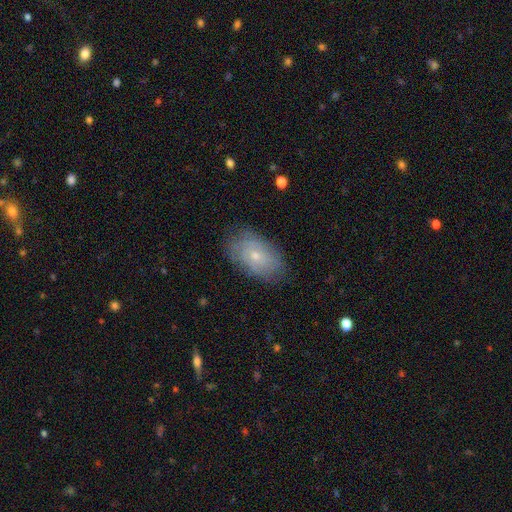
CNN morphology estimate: Smooth or featured? featured or disk (47%)
Merging? none (77%)